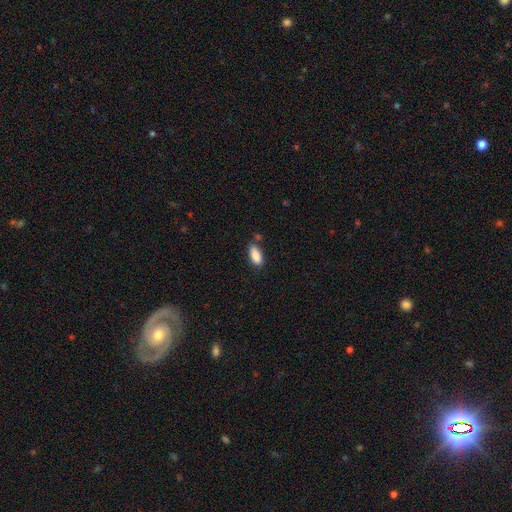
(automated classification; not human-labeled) This appears to be a smooth galaxy with no disk features (89%) that is in between round and cigar-shaped (83%). Merging: none (78%).